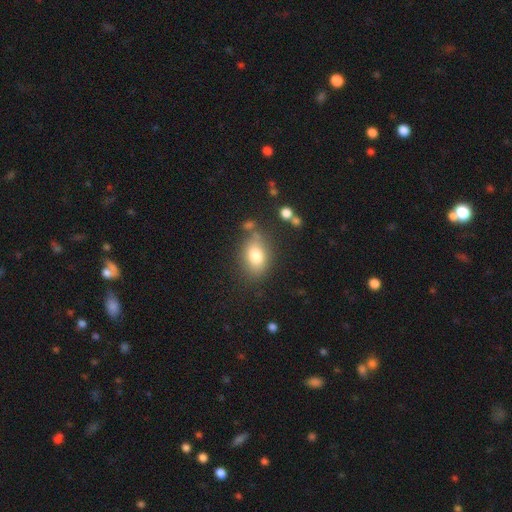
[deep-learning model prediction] Morphology: type=smooth (78%); roundness=in between (79%); merging=none (70%).